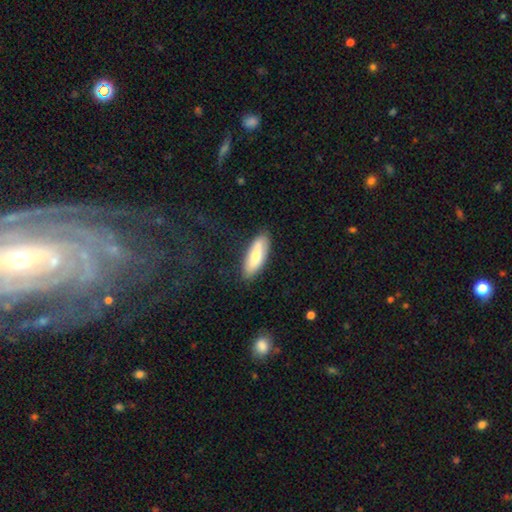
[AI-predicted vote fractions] Smooth or featured? Predicted: smooth (p=0.69). How rounded? Predicted: in between (p=0.64). Merging? Predicted: none (p=0.83).